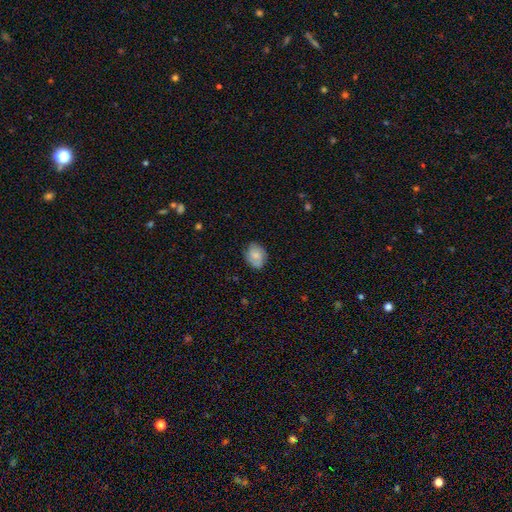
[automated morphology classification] This is likely a smooth galaxy (71%). How rounded: possibly in between (53%). Merging: likely none (75%).